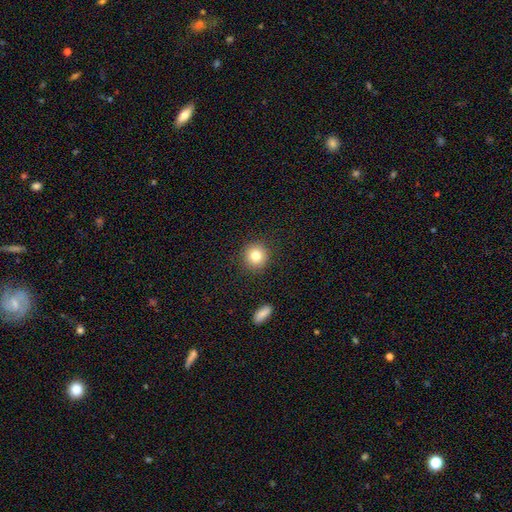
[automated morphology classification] type=smooth (81%); roundness=round (92%); merging=none (90%).